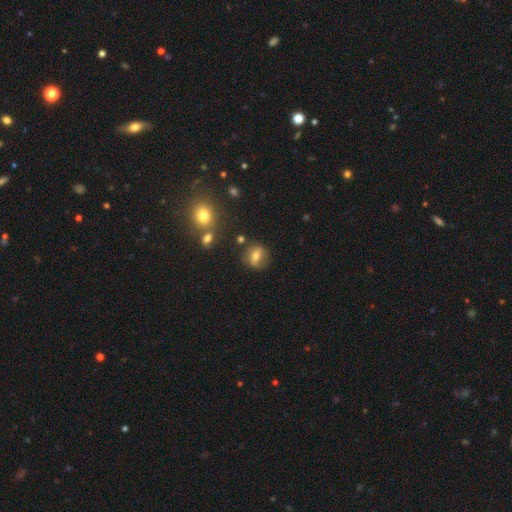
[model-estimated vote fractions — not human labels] Smooth or featured? smooth (59%)
How rounded? round (62%)
Merging? none (76%)